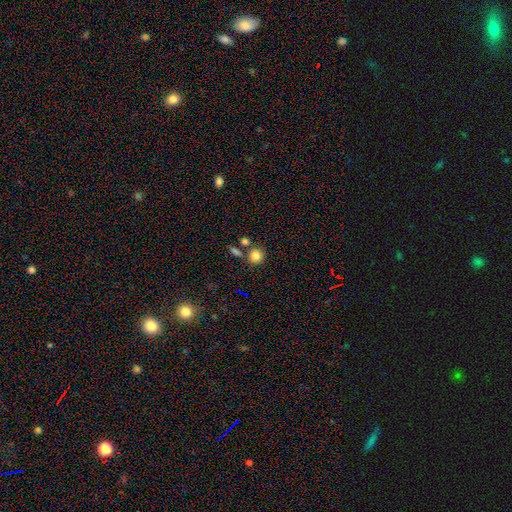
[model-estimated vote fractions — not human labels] This appears to be a smooth galaxy with no disk features (82%) that is round (87%). Merging: none (72%).